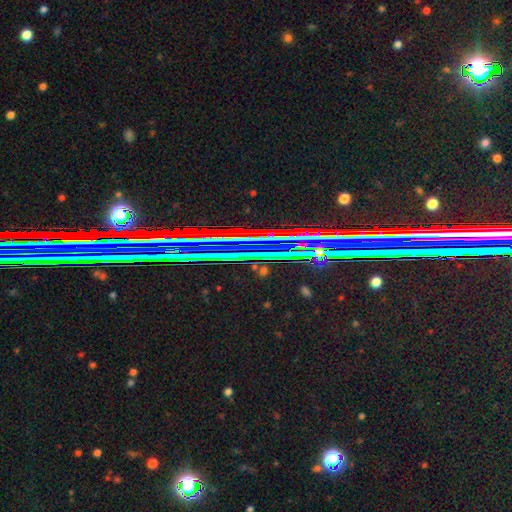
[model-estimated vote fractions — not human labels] smooth_or_featured: star or artifact (p=0.81) [alt: featured or disk p=0.11]